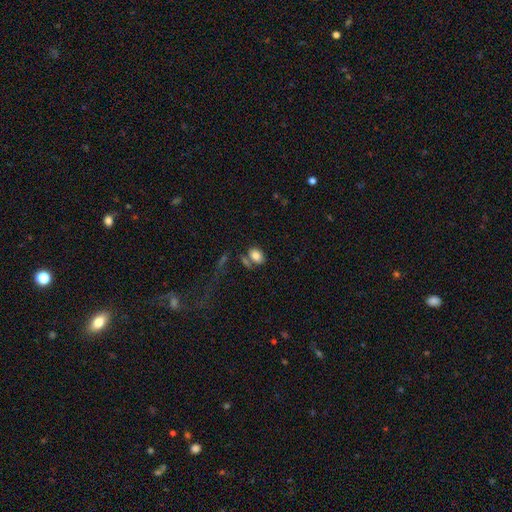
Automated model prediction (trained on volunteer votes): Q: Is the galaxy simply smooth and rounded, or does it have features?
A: smooth — 82%.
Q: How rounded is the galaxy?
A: in between — 80%.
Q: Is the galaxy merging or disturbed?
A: none — 58%.